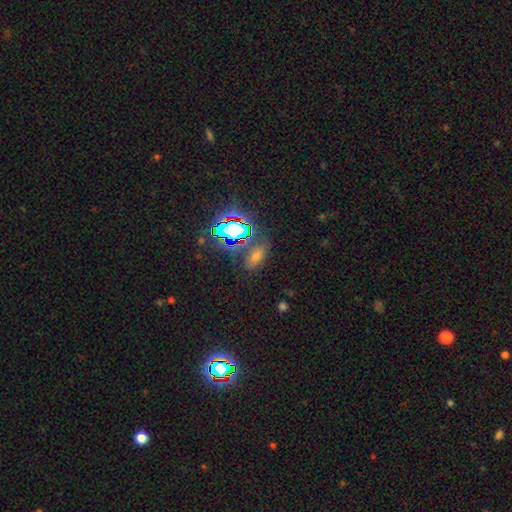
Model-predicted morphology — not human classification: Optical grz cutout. It shows a star or artifact, not a galaxy (45%).